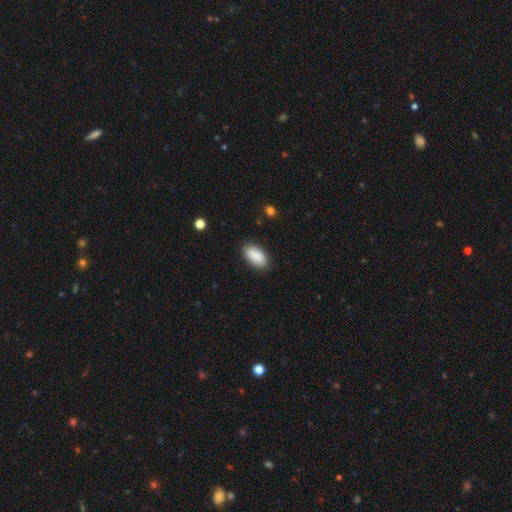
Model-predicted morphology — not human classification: This is clearly a smooth galaxy (90%). How rounded: clearly in between (93%). Merging: clearly none (86%).